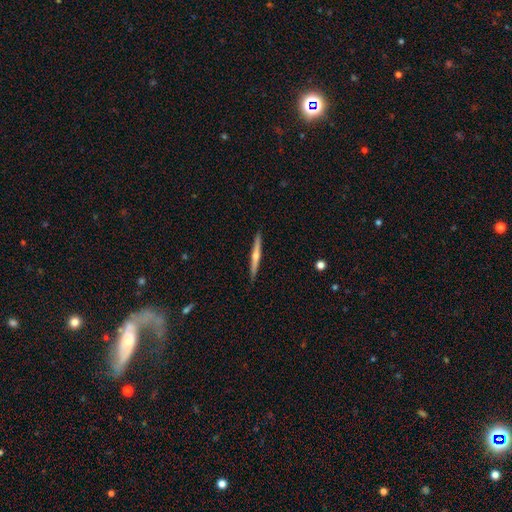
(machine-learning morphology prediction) Overall: featured or disk (66%; smooth 29%). Edge-on disk: yes (98%). Edge-on bulge: rounded (84%). Merging: none (92%).